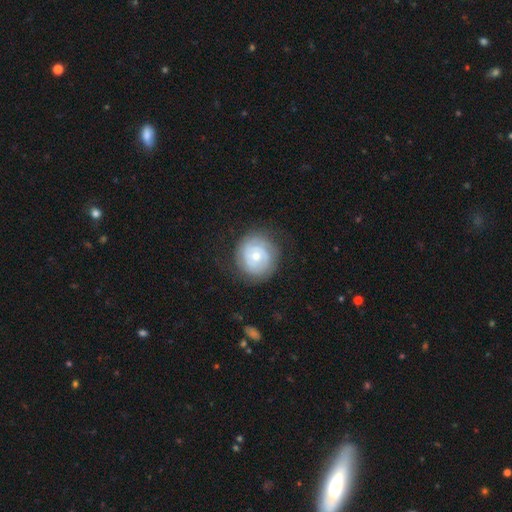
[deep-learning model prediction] Morphology: type=featured or disk (72%); edge-on=no (98%); bar=no (75%); spiral arms=yes (90%); winding=tight (73%); arm count=2 (39%); bulge=small (49%); merging=none (78%).